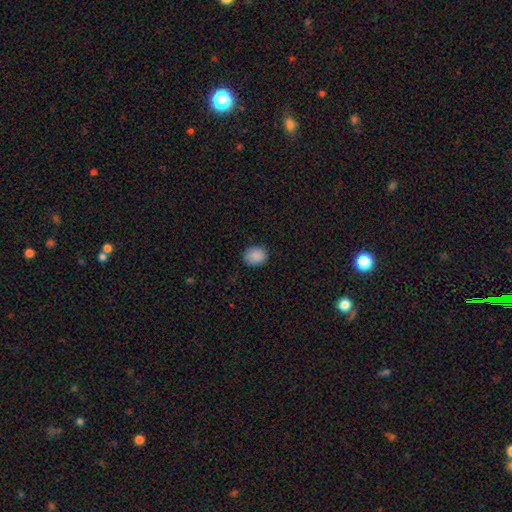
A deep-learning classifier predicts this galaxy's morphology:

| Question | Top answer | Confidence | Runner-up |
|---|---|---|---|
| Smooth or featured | smooth | 89% | star or artifact (8%) |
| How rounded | round | 64% | in between (35%) |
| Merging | none | 86% | minor disturbance (11%) |